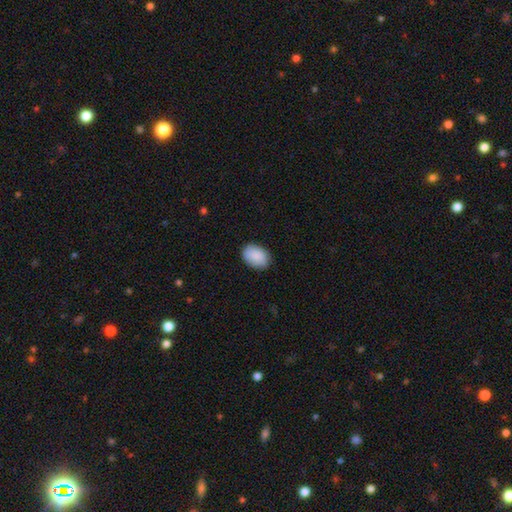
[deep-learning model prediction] Morphology: type=smooth (89%); roundness=in between (81%); merging=none (84%).